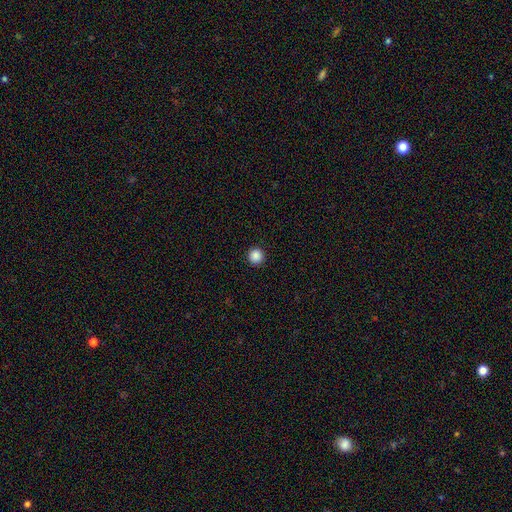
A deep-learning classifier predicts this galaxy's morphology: A smooth galaxy with no disk features (87%) that is round (96%).

Vote fractions:
- Smooth or featured? smooth: 87% / star or artifact: 10% / featured or disk: 3%
- How rounded? round: 96% / in between: 3% / cigar-shaped: 1%
- Merging? none: 93% / minor disturbance: 4% / major disturbance: 2% / merger: 1%